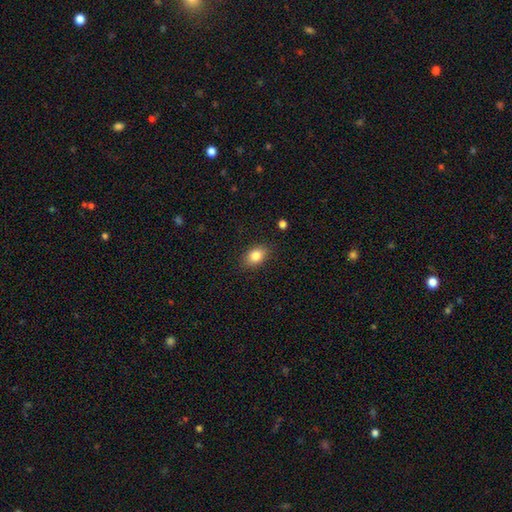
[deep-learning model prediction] A smooth galaxy with no disk features (83%) that is in between round and cigar-shaped (76%). Merging: none (85%).